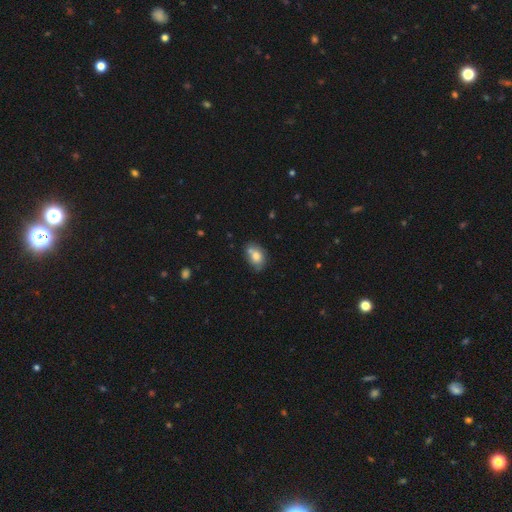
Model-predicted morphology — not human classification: Smooth or featured? Predicted: smooth (p=0.74). How rounded? Predicted: in between (p=0.74). Merging? Predicted: none (p=0.51).